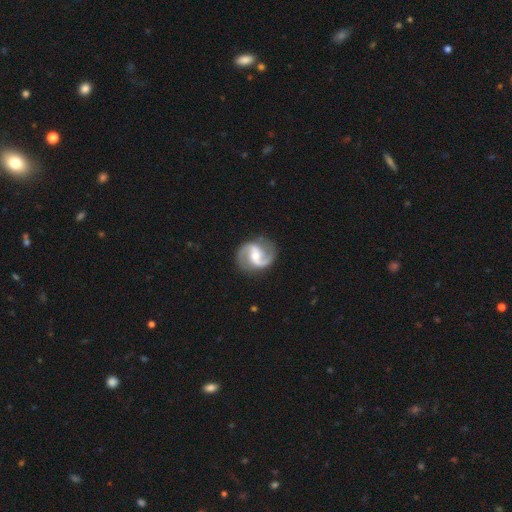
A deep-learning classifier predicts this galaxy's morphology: type=featured or disk (92%); edge-on=no (98%); bar=weak (45%); spiral arms=yes (98%); winding=medium (59%); arm count=2 (94%); bulge=moderate (54%); merging=none (85%).